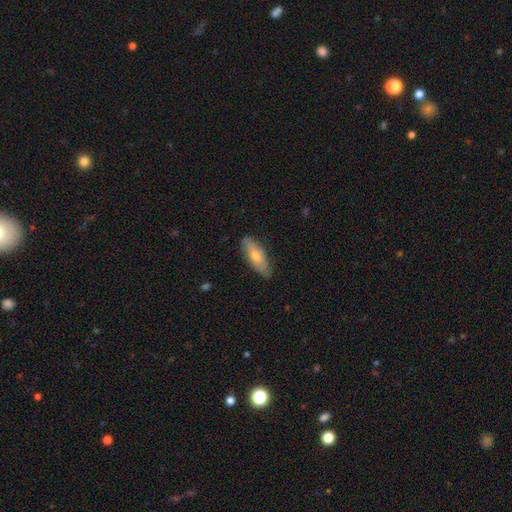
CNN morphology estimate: A smooth galaxy with no disk features (54%) that is in between round and cigar-shaped (61%). Merging: none (80%).